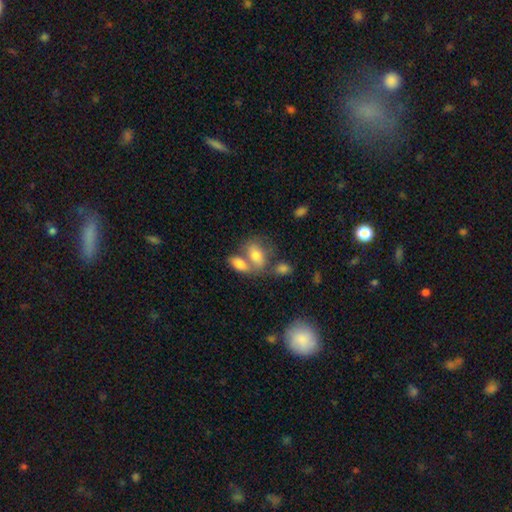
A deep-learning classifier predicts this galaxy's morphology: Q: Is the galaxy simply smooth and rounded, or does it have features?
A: smooth — 67%.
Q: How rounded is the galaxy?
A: in between — 80%.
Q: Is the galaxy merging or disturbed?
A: merger — 45%.